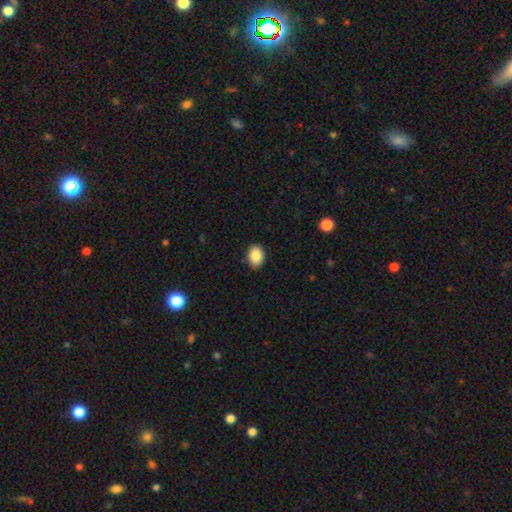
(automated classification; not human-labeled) The model was most divided on "how rounded": in between: 76%, round: 23%, cigar-shaped: 1%. More confident: smooth or featured — smooth (88%); merging — none (87%).